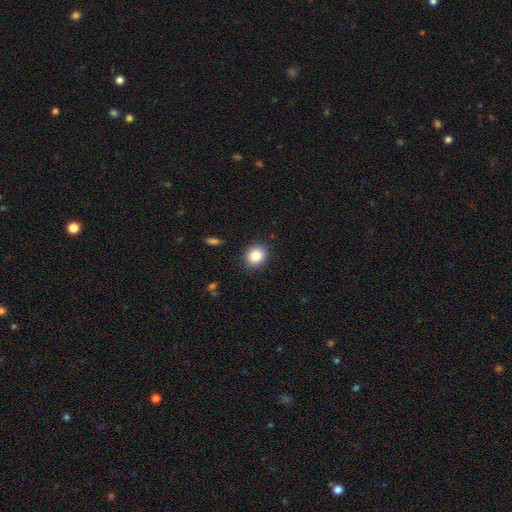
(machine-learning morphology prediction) Overall: smooth (85%). How rounded: round (67%; in between 31%). Merging: none (88%).